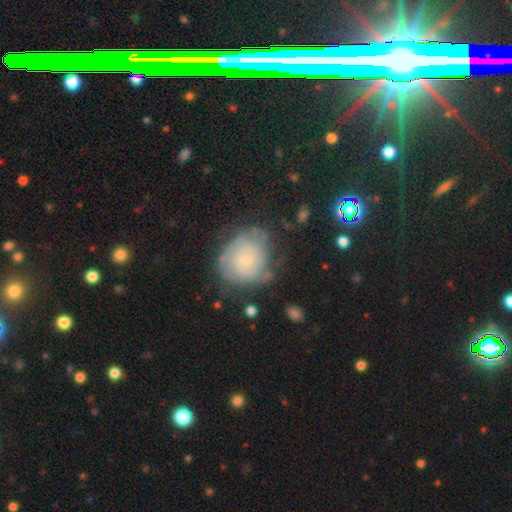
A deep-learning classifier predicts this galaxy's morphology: A featured or disk galaxy (57%) with no bar (72%), spiral arms (78%) and a small central bulge (63%). Merging: none (51%).